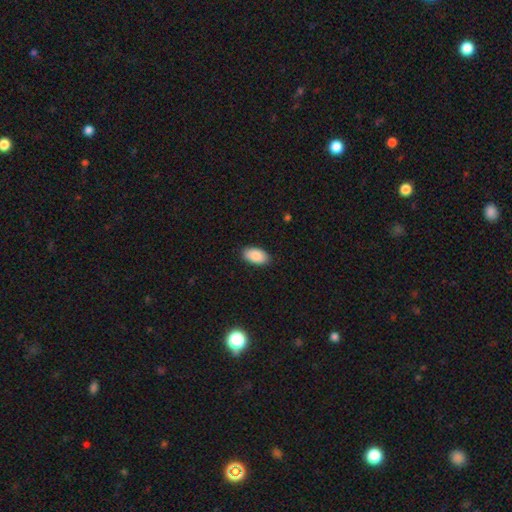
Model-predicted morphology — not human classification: Smooth or featured: smooth — 89% (star or artifact — 7%)
How rounded: in between — 95% (round — 3%)
Merging: none — 88% (minor disturbance — 9%)